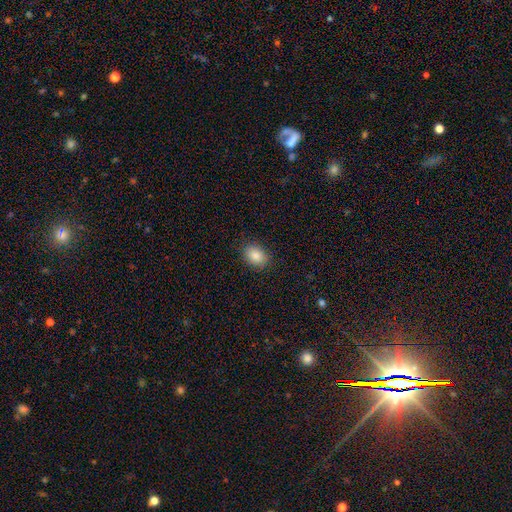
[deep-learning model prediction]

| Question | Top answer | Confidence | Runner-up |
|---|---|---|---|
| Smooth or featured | smooth | 86% | star or artifact (8%) |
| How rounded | in between | 71% | round (28%) |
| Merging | none | 88% | minor disturbance (9%) |